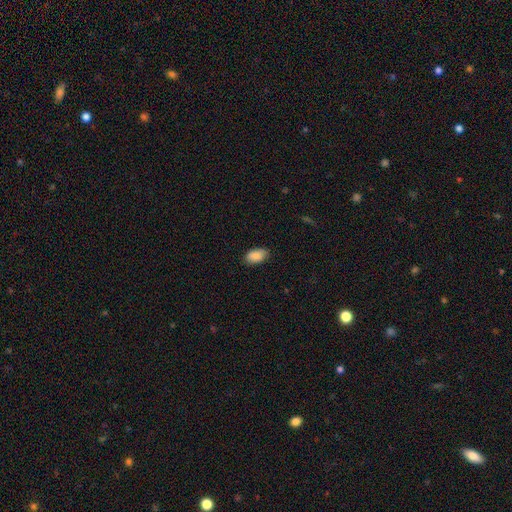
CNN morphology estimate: Smooth or featured? Predicted: smooth (p=0.89). How rounded? Predicted: in between (p=0.93). Merging? Predicted: none (p=0.82).